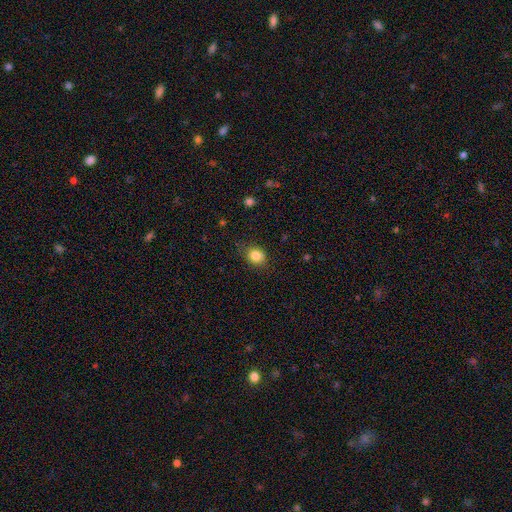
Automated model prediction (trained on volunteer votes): A smooth galaxy with no disk features (84%) that is round (58%).

Vote fractions:
- Smooth or featured? smooth: 84% / star or artifact: 10% / featured or disk: 6%
- How rounded? round: 58% / in between: 41% / cigar-shaped: 1%
- Merging? none: 79% / minor disturbance: 16% / major disturbance: 4% / merger: 1%